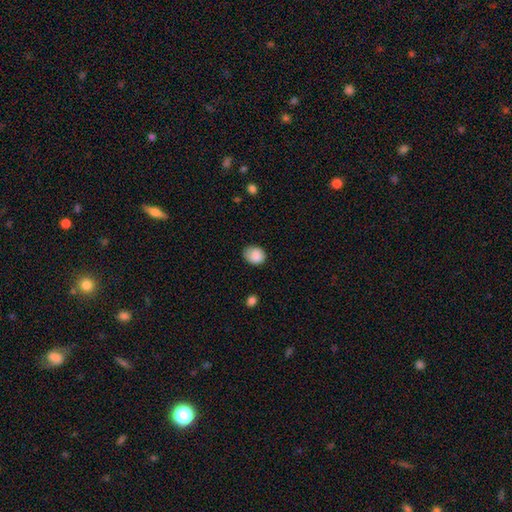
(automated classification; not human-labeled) Smooth or featured?
  - smooth: 87% *
  - star or artifact: 8%
  - featured or disk: 5%
How rounded?
  - round: 52% *
  - in between: 47%
  - cigar-shaped: 1%
Merging?
  - none: 69% *
  - minor disturbance: 25%
  - major disturbance: 5%
  - merger: 1%